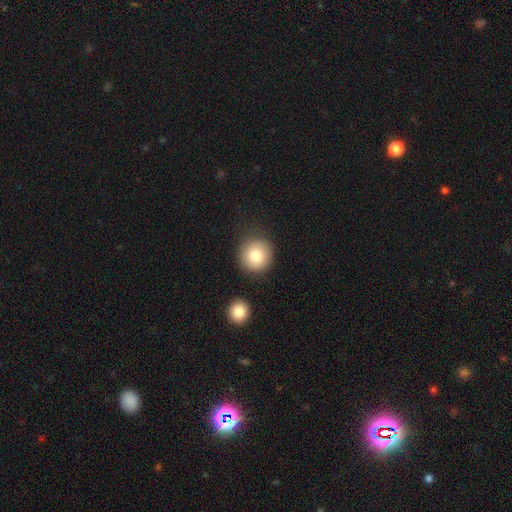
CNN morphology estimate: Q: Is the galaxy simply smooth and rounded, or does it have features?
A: smooth — 82%.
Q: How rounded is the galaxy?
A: round — 92%.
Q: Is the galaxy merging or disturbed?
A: none — 82%.